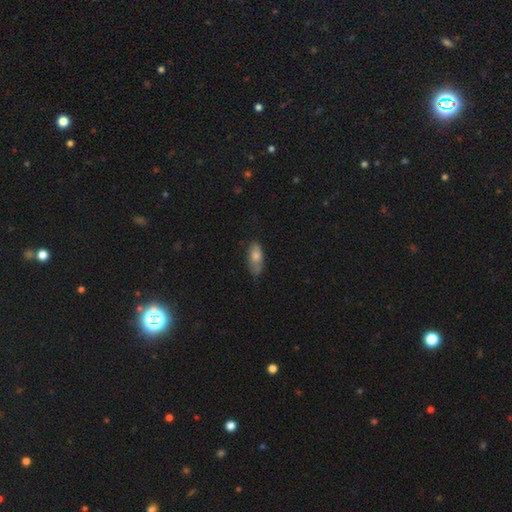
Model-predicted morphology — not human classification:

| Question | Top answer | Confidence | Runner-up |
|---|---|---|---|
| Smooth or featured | smooth | 67% | featured or disk (26%) |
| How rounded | in between | 79% | cigar-shaped (18%) |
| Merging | none | 66% | minor disturbance (27%) |